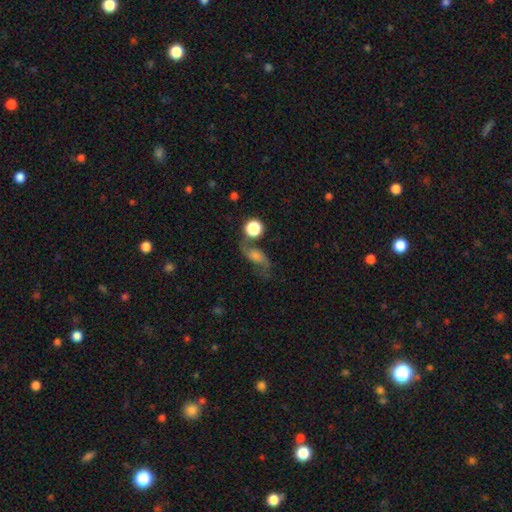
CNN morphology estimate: Smooth or featured: featured or disk — 61% (smooth — 25%)
Edge-on disk: no — 91% (yes — 9%)
Bar: no — 60% (weak — 31%)
Spiral arms: yes — 91% (no — 9%)
Spiral winding: loose — 76% (medium — 19%)
Spiral arm count: 2 — 90% (1 — 4%)
Bulge size: moderate — 38% (small — 26%)
Merging: none — 61% (minor disturbance — 18%)